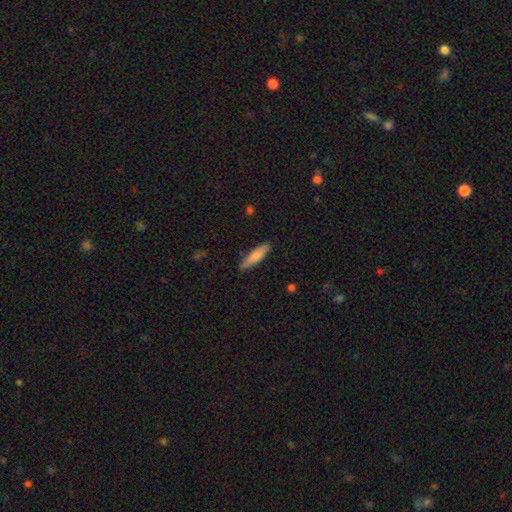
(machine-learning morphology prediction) Smooth or featured? Predicted: smooth (p=0.79). How rounded? Predicted: cigar-shaped (p=0.76). Merging? Predicted: none (p=0.87).